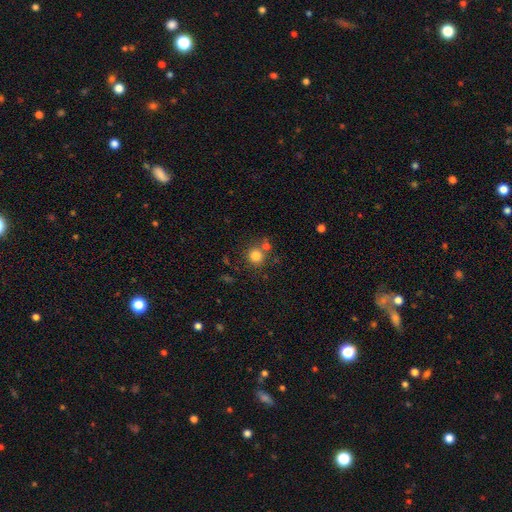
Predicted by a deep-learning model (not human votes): smooth 80%, star or artifact 13%, featured or disk 7%. Down the decision tree: how rounded — round (90%); merging — none (69%).